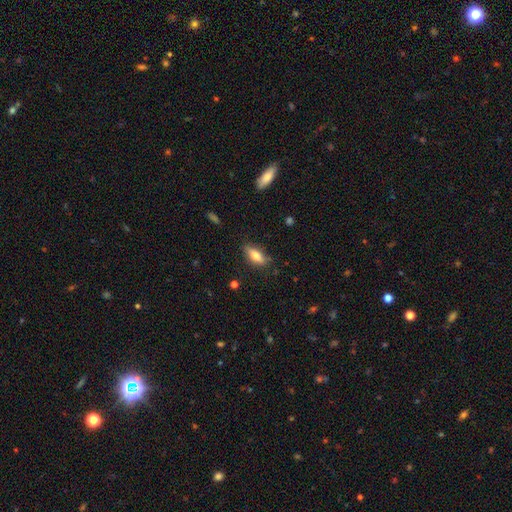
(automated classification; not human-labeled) Overall: smooth (69%). How rounded: in between (67%; cigar-shaped 30%). Merging: none (79%).